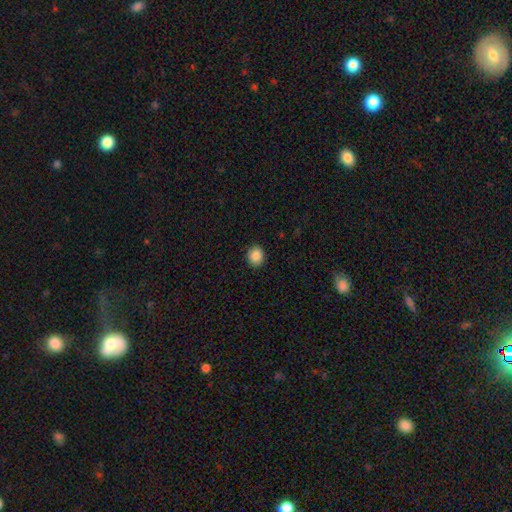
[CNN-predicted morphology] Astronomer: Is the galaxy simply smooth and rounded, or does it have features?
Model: smooth — 87%.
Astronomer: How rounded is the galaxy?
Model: round — 71%.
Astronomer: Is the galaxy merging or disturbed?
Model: none — 91%.